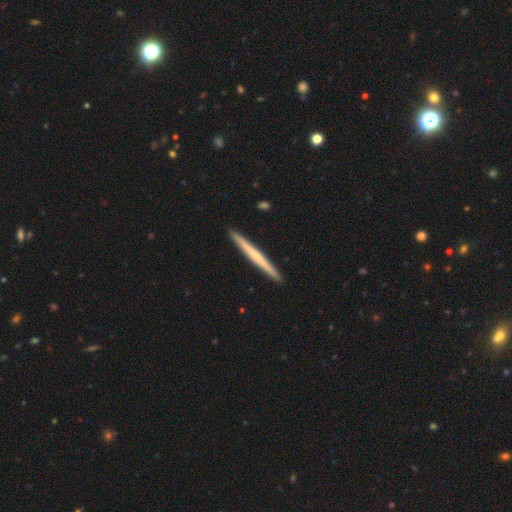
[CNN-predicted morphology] A featured or disk galaxy (48%).

Vote fractions:
- Smooth or featured? featured or disk: 48% / smooth: 47% / star or artifact: 5%
- Merging? none: 93% / minor disturbance: 4% / major disturbance: 1% / merger: 1%